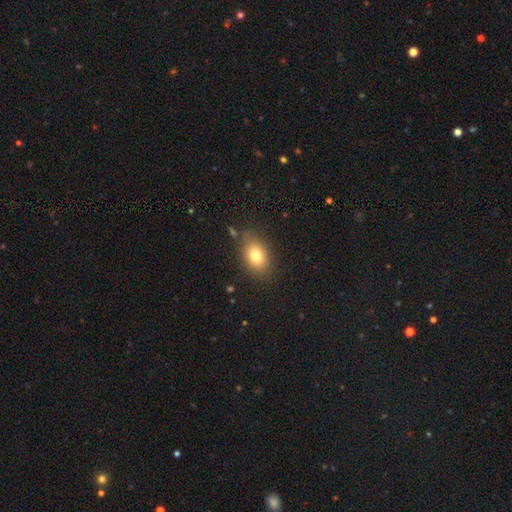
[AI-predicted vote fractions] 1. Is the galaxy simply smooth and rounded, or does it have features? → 78% smooth, 12% featured or disk, 10% star or artifact.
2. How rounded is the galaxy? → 79% in between, 20% round, 2% cigar-shaped.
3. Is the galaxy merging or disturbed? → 80% none, 13% minor disturbance, 4% major disturbance, 3% merger.